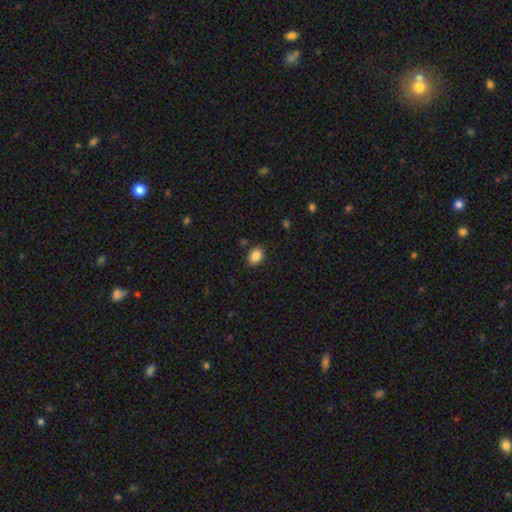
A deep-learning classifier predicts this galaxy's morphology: smooth-or-featured: smooth: 88% | star or artifact: 8% | featured or disk: 4%
  how-rounded: in between: 79% | round: 20% | cigar-shaped: 1%
  merging: none: 85% | minor disturbance: 10% | major disturbance: 3% | merger: 2%